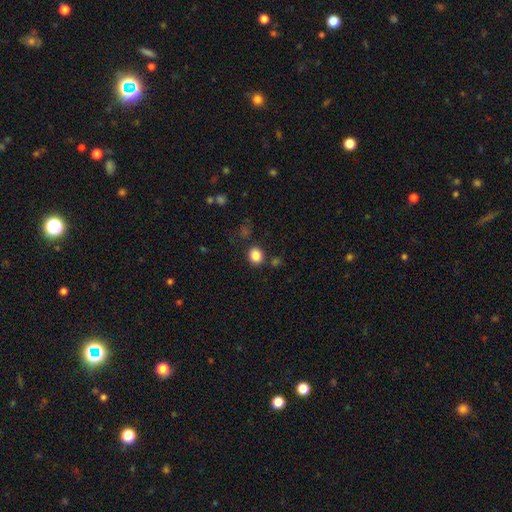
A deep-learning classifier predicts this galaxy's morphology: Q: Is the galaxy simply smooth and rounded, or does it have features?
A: smooth — 85%.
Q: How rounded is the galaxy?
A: round — 68%.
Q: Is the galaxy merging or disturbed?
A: none — 82%.